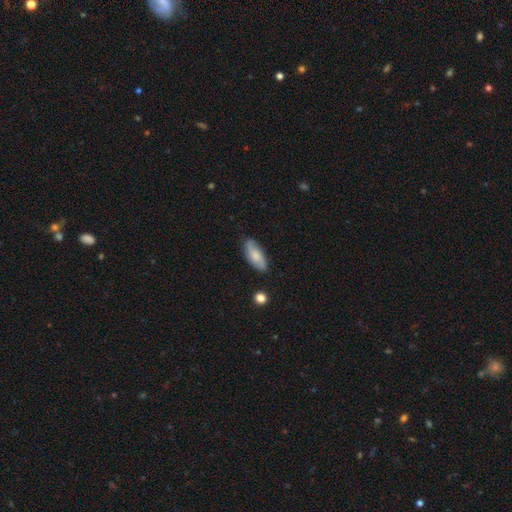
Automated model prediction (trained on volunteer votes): A smooth galaxy with no disk features (65%) that is in between round and cigar-shaped (82%). Merging: none (79%).